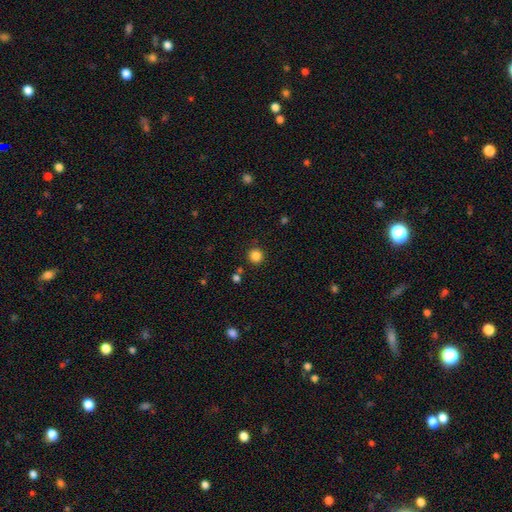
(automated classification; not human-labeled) Smooth or featured?
  - smooth: 84% *
  - star or artifact: 12%
  - featured or disk: 4%
How rounded?
  - round: 95% *
  - in between: 4%
  - cigar-shaped: 1%
Merging?
  - none: 90% *
  - minor disturbance: 6%
  - merger: 2%
  - major disturbance: 2%